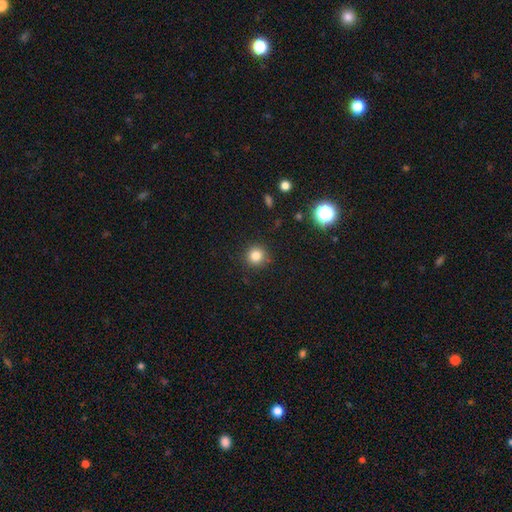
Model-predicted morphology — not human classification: Smooth or featured? Predicted: smooth (p=0.83). How rounded? Predicted: round (p=0.93). Merging? Predicted: none (p=0.90).